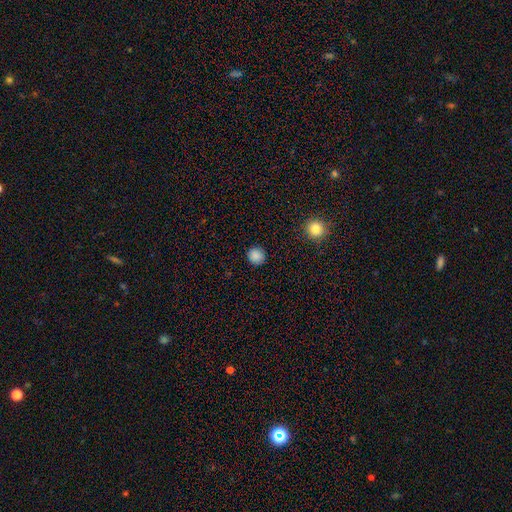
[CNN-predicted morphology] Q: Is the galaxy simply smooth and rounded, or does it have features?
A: smooth — 87%.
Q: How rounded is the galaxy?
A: round — 92%.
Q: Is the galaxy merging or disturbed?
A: none — 90%.